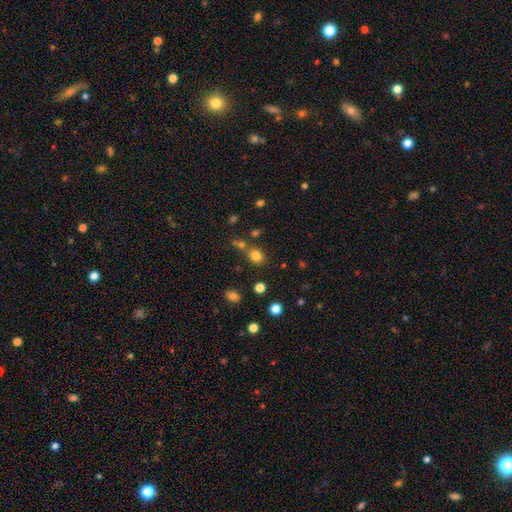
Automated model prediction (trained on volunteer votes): Morphology: type=smooth (79%); roundness=round (59%); merging=none (64%).